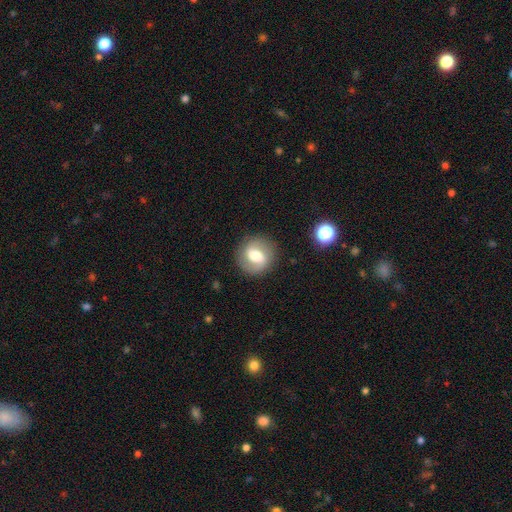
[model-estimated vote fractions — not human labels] Overall: featured or disk (49%; smooth 42%). Merging: none (85%).